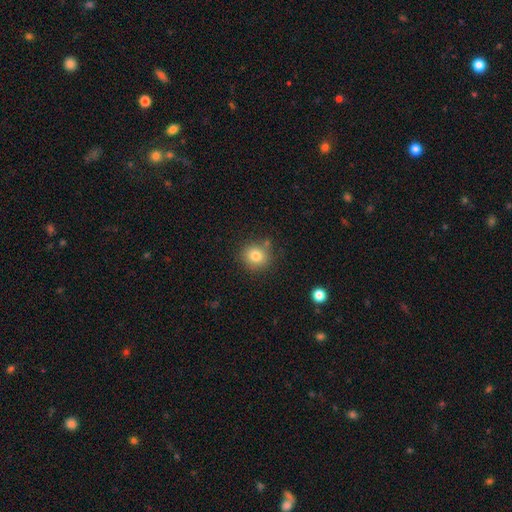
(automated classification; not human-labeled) smooth-or-featured: smooth: 80% | star or artifact: 11% | featured or disk: 8%
  how-rounded: round: 87% | in between: 12% | cigar-shaped: 1%
  merging: none: 80% | minor disturbance: 11% | merger: 6% | major disturbance: 3%